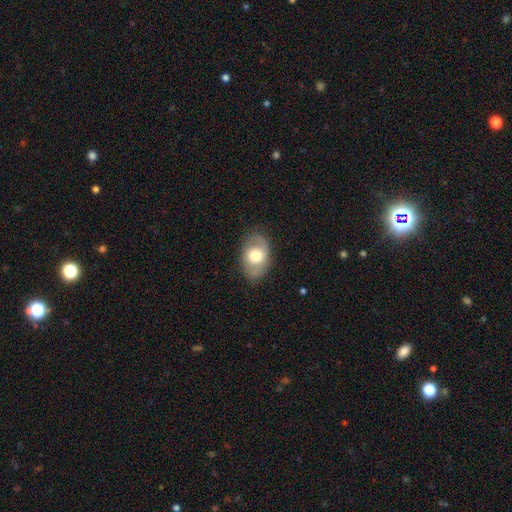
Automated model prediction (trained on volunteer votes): The model was most divided on "smooth or featured": smooth: 54%, featured or disk: 39%, star or artifact: 7%. More confident: how rounded — in between (80%); merging — none (77%).